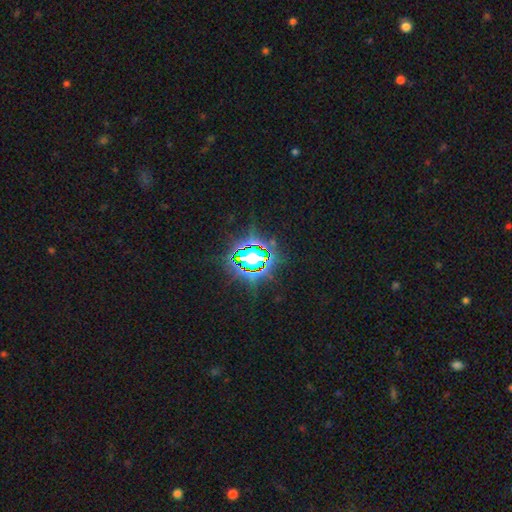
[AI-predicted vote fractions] Q: Smooth or featured?
A: star or artifact (82%); runner-up: smooth (10%)